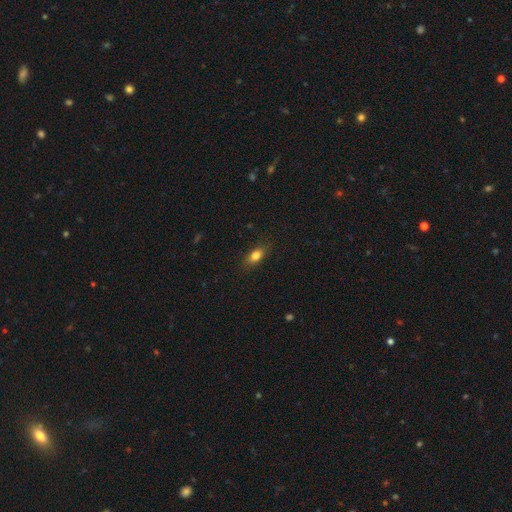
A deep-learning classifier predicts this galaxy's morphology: smooth 81%, featured or disk 10%, star or artifact 9%. Down the decision tree: how rounded — in between (80%); merging — none (85%).